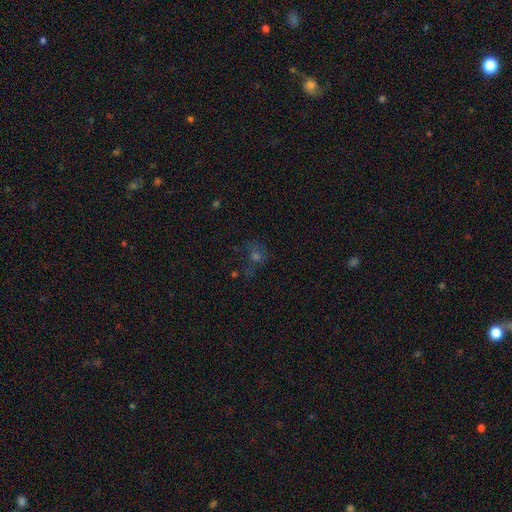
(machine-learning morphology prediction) star or artifact 42%, smooth 36%, featured or disk 22%.